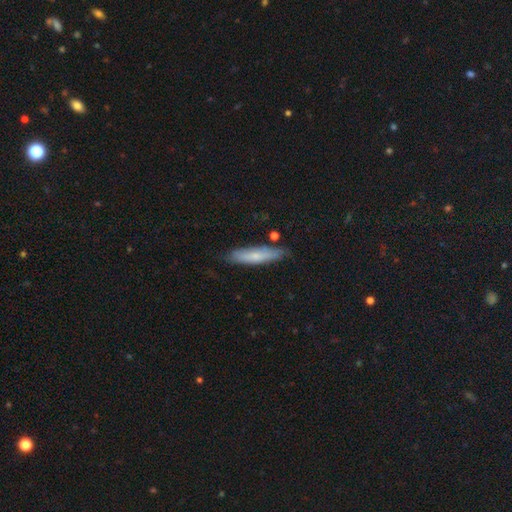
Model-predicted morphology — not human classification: Smooth or featured?
  - smooth: 65% *
  - featured or disk: 28%
  - star or artifact: 7%
How rounded?
  - cigar-shaped: 81% *
  - in between: 17%
  - round: 2%
Merging?
  - none: 79% *
  - minor disturbance: 15%
  - merger: 3%
  - major disturbance: 3%